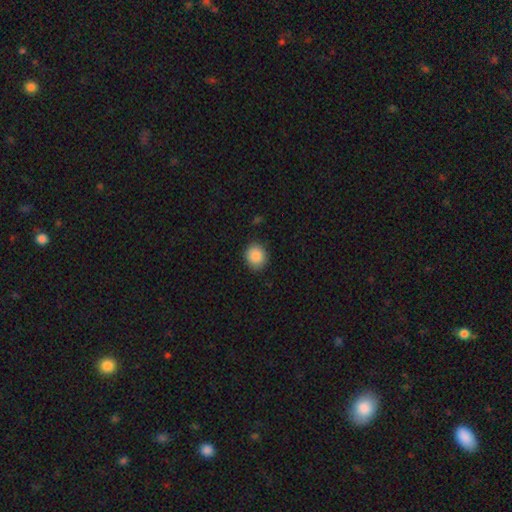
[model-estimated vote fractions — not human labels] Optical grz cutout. It shows a smooth galaxy with no disk features (89%) that is round (74%). Merging: none (87%).